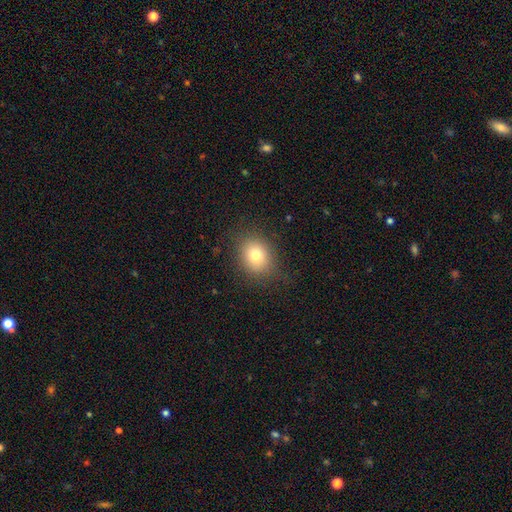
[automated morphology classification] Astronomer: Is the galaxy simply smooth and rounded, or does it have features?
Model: smooth — 76%.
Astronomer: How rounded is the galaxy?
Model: round — 64%.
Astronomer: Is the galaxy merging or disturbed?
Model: none — 81%.